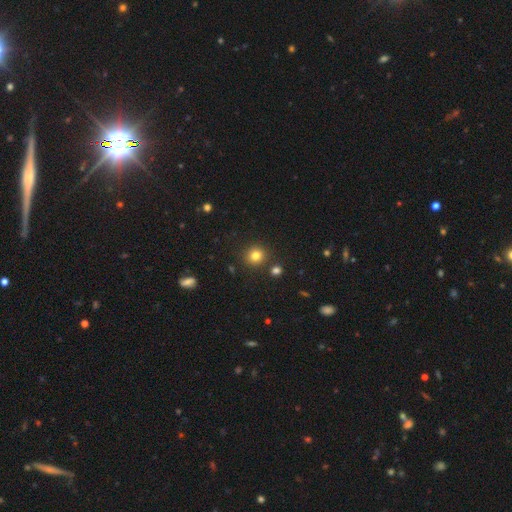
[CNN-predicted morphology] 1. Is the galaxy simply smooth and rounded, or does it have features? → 80% smooth, 13% star or artifact, 6% featured or disk.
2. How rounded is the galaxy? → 90% round, 9% in between, 1% cigar-shaped.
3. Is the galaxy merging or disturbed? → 86% none, 7% minor disturbance, 5% merger, 2% major disturbance.